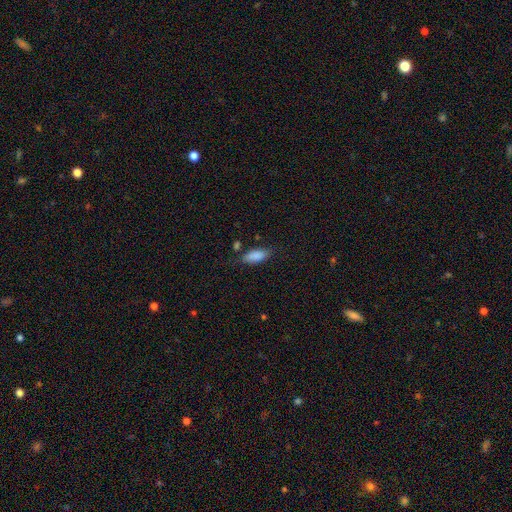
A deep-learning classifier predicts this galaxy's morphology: A smooth galaxy with no disk features (87%) that is in between round and cigar-shaped (84%).

Vote fractions:
- Smooth or featured? smooth: 87% / star or artifact: 7% / featured or disk: 6%
- How rounded? in between: 84% / cigar-shaped: 14% / round: 2%
- Merging? none: 74% / minor disturbance: 18% / major disturbance: 5% / merger: 4%